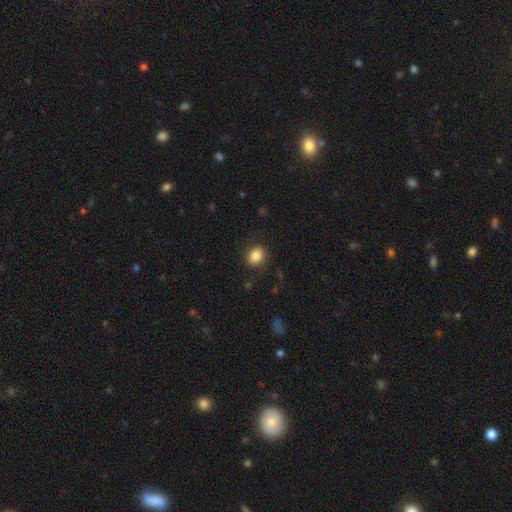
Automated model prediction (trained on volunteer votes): smooth_or_featured: smooth (p=0.85) [alt: star or artifact p=0.09]
how_rounded: round (p=0.54) [alt: in between p=0.46]
merging: none (p=0.88) [alt: minor disturbance p=0.08]